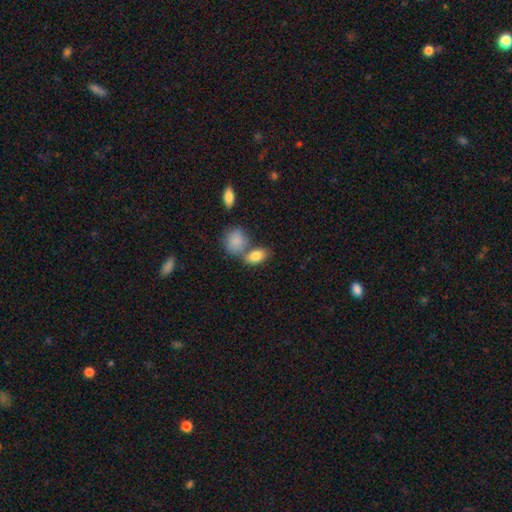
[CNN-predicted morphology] smooth_or_featured: smooth (p=0.83) [alt: featured or disk p=0.09]
how_rounded: in between (p=0.85) [alt: round p=0.12]
merging: none (p=0.47) [alt: merger p=0.36]